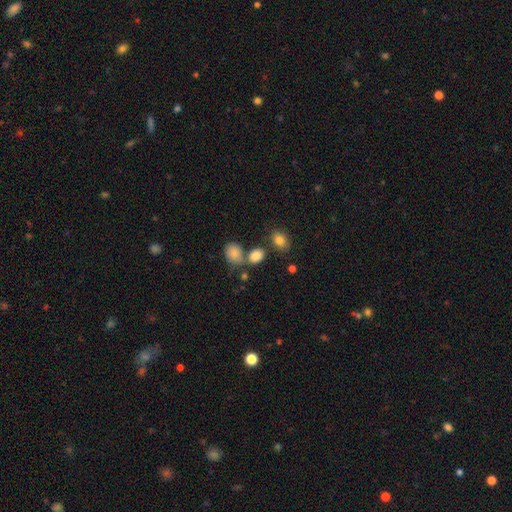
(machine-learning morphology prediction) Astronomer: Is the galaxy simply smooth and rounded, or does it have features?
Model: smooth — 83%.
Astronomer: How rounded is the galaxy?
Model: in between — 64%.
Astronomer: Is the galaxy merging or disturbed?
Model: none — 58%.